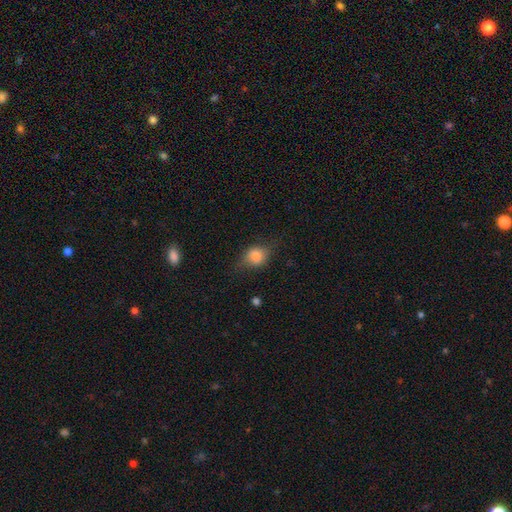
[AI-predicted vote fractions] The model was most divided on "how rounded": round: 53%, in between: 45%, cigar-shaped: 2%. More confident: smooth or featured — smooth (73%); merging — none (64%).